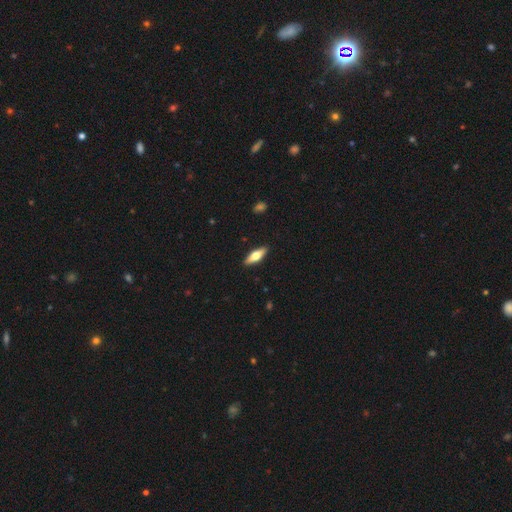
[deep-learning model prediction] smooth_or_featured: smooth (p=0.51) [alt: featured or disk p=0.43]
how_rounded: in between (p=0.53) [alt: cigar-shaped p=0.45]
merging: none (p=0.90) [alt: minor disturbance p=0.07]